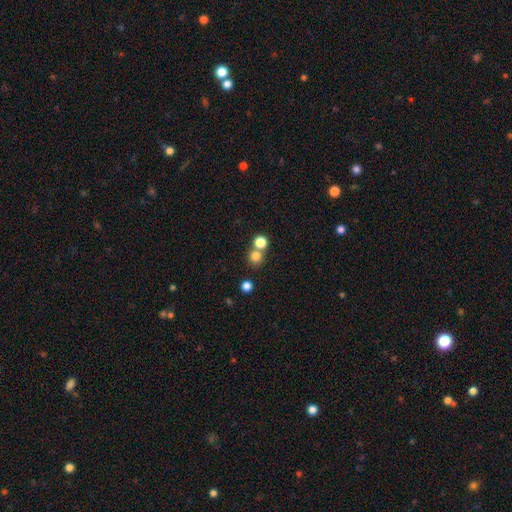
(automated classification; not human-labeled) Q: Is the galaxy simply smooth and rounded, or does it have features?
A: smooth — 78%.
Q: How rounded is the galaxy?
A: round — 88%.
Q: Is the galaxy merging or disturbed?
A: none — 60%.